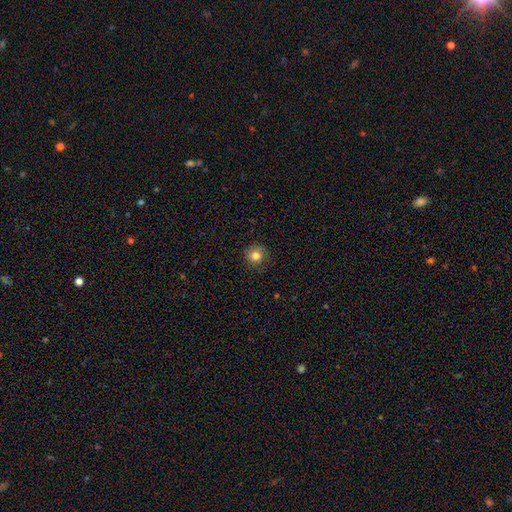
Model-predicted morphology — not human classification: The model was most divided on "smooth or featured": smooth: 81%, star or artifact: 12%, featured or disk: 7%. More confident: how rounded — round (93%); merging — none (87%).